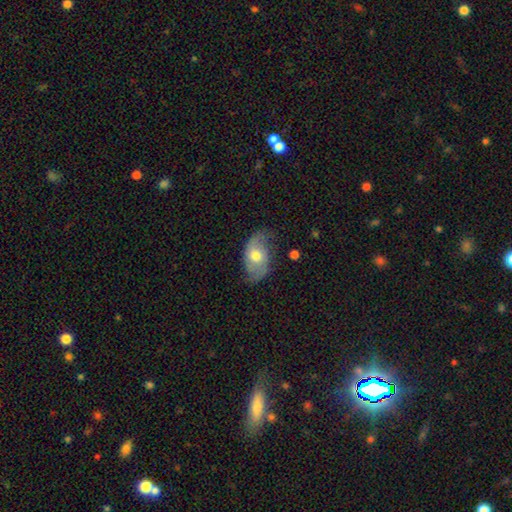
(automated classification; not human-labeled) Overall: smooth (48%; featured or disk 46%). Merging: none (57%; minor disturbance 30%).